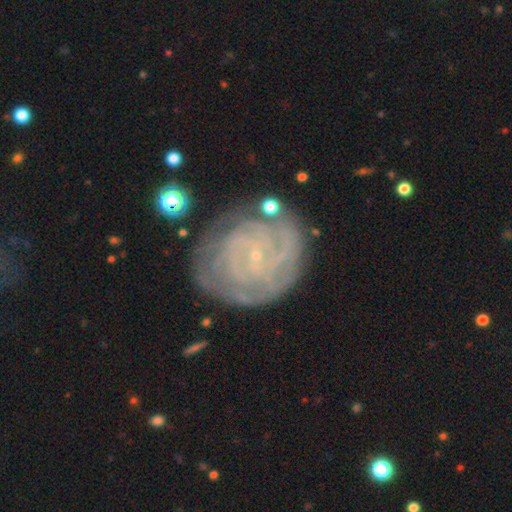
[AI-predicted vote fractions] smooth-or-featured: featured or disk: 83% | smooth: 10% | star or artifact: 7%
  disk-edge-on: no: 97% | yes: 3%
    bar: no: 70% | weak: 23% | strong: 7%
    has-spiral-arms: yes: 93% | no: 7%
      spiral-winding: tight: 81% | medium: 16% | loose: 4%
      spiral-arm-count: can't tell: 37% | 4: 16% | 3: 15% | 2: 15% | more than 4: 10% | 1: 7%
    bulge-size: small: 90% | none: 4% | moderate: 4% | large: 1% | dominant: 1%
  merging: none: 73% | minor disturbance: 17% | major disturbance: 7% | merger: 3%